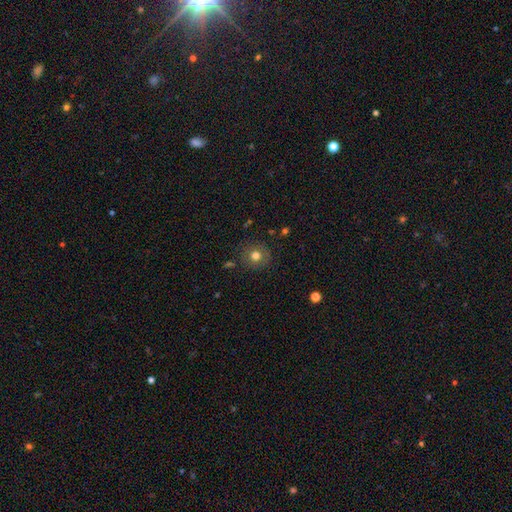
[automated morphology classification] Overall: smooth (75%). How rounded: round (89%). Merging: none (85%).